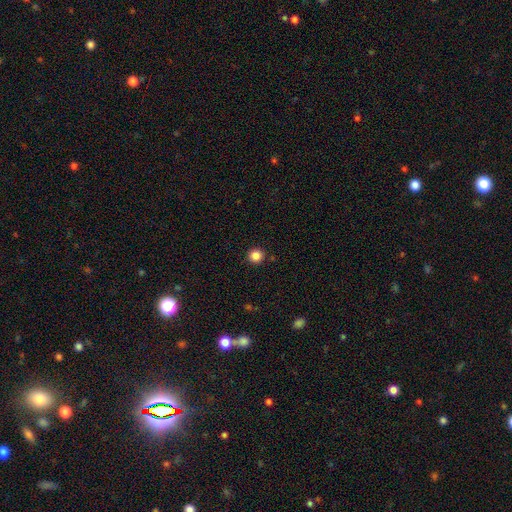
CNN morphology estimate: Smooth or featured: smooth — 85% (star or artifact — 11%)
How rounded: round — 95% (in between — 4%)
Merging: none — 92% (minor disturbance — 5%)